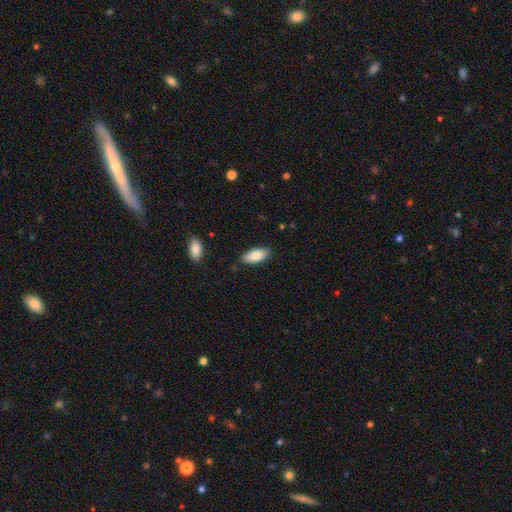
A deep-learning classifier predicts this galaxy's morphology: Smooth or featured: smooth — 81% (featured or disk — 13%)
How rounded: in between — 90% (cigar-shaped — 8%)
Merging: none — 85% (minor disturbance — 12%)